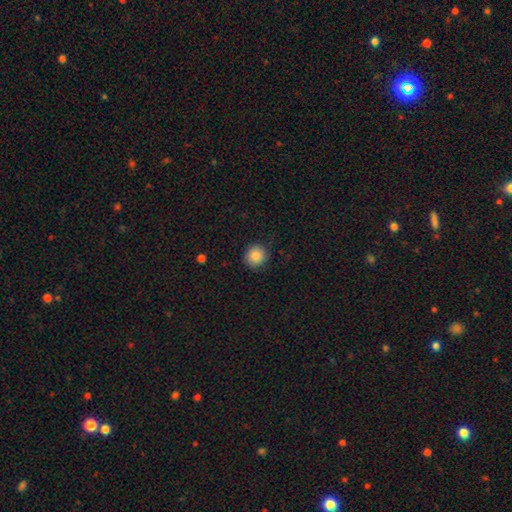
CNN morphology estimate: type=smooth (85%); roundness=round (90%); merging=none (85%).